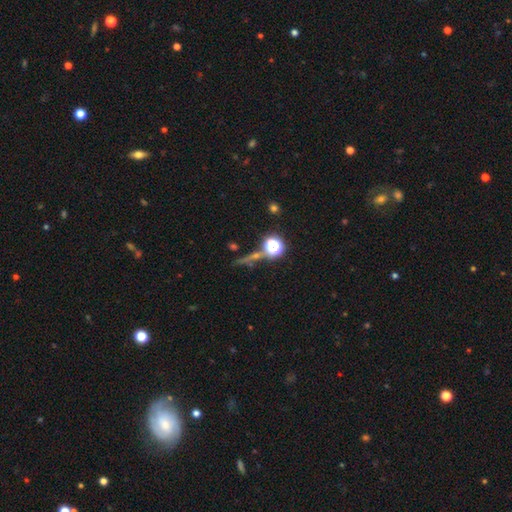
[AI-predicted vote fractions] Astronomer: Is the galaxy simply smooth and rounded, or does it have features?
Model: star or artifact — 57%.